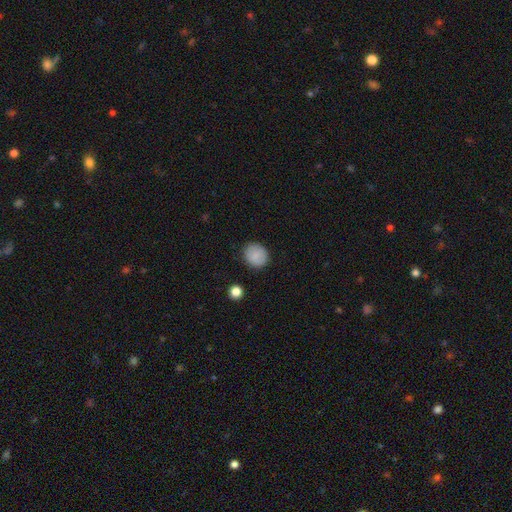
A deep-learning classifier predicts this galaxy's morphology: Smooth or featured? smooth (85%)
How rounded? round (79%)
Merging? none (87%)